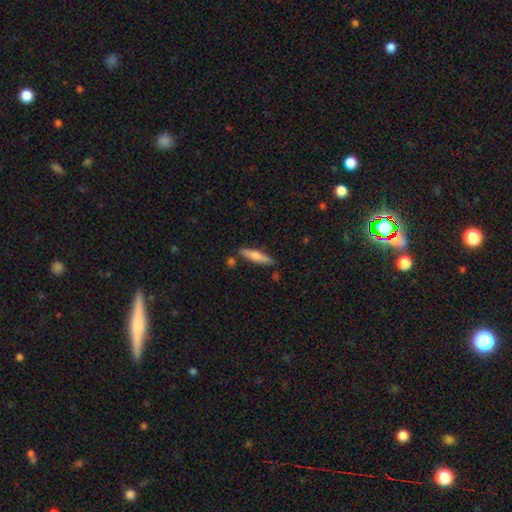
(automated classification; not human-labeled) Smooth or featured? smooth (70%)
How rounded? cigar-shaped (82%)
Merging? none (84%)